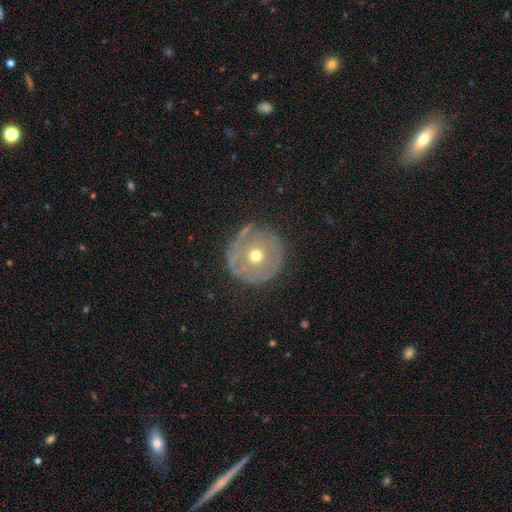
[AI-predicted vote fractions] A featured or disk galaxy (47%). Merging: none (76%).